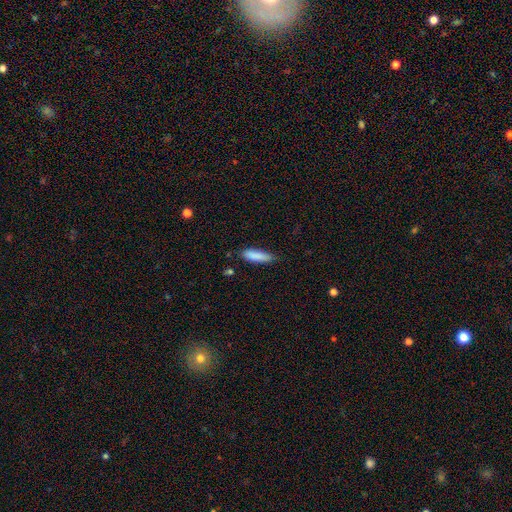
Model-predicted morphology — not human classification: A smooth galaxy with no disk features (87%) that is cigar-shaped (63%).

Vote fractions:
- Smooth or featured? smooth: 87% / featured or disk: 7% / star or artifact: 6%
- How rounded? cigar-shaped: 63% / in between: 35% / round: 1%
- Merging? none: 80% / minor disturbance: 15% / major disturbance: 3% / merger: 2%